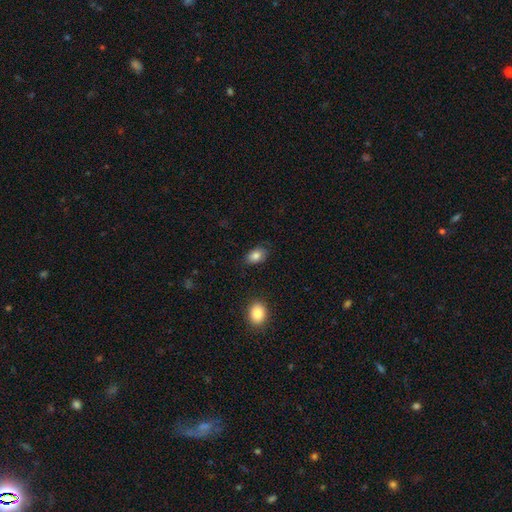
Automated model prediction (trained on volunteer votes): smooth_or_featured: smooth (p=0.84) [alt: star or artifact p=0.09]
how_rounded: in between (p=0.84) [alt: round p=0.14]
merging: none (p=0.80) [alt: minor disturbance p=0.15]